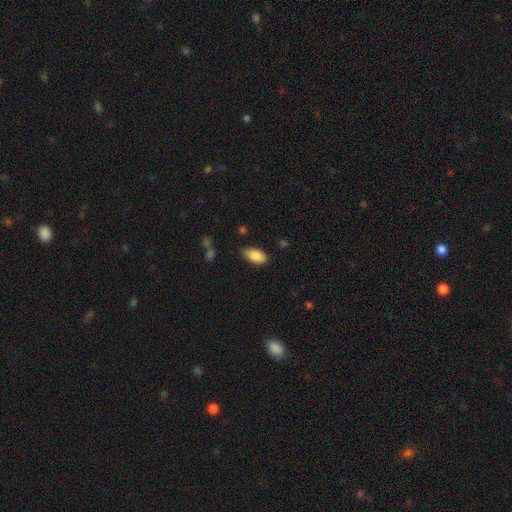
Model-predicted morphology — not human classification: Smooth or featured? Predicted: smooth (p=0.87). How rounded? Predicted: in between (p=0.91). Merging? Predicted: none (p=0.73).